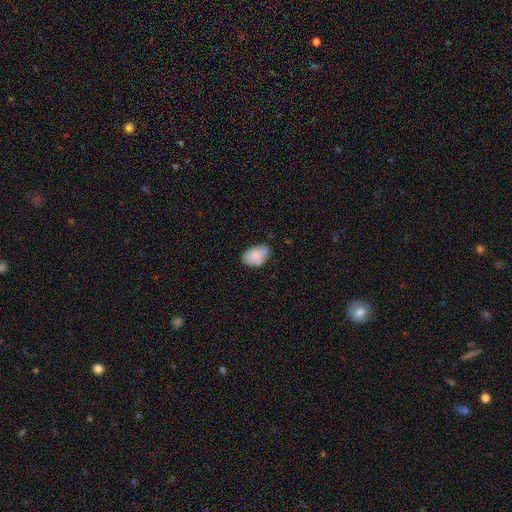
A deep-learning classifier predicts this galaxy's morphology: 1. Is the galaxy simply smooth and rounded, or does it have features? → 80% smooth, 13% featured or disk, 8% star or artifact.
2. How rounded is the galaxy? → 89% in between, 10% round, 1% cigar-shaped.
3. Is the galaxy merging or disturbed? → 54% none, 33% minor disturbance, 7% major disturbance, 6% merger.